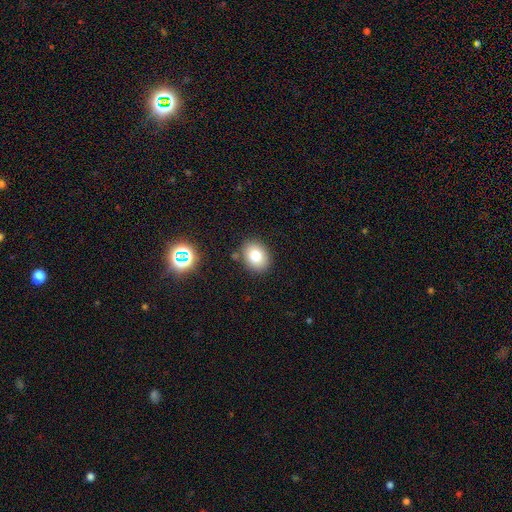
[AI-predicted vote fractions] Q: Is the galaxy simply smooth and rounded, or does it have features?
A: smooth — 79%.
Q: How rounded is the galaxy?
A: in between — 58%.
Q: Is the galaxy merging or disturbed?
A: none — 83%.